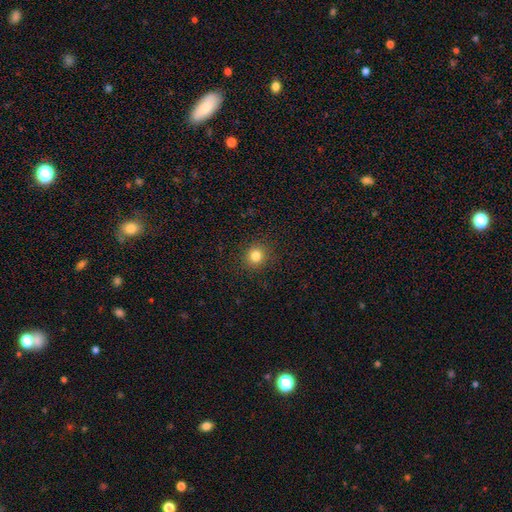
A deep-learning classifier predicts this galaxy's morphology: Overall: smooth (82%). How rounded: round (90%). Merging: none (91%).